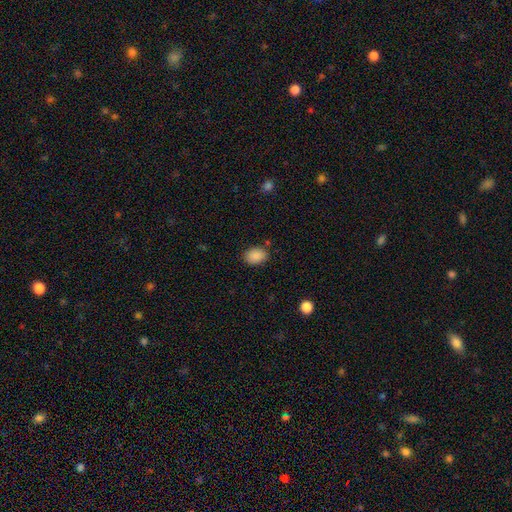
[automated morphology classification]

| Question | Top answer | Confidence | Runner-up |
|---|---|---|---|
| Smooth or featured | smooth | 88% | star or artifact (8%) |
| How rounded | in between | 73% | round (26%) |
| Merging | none | 80% | minor disturbance (14%) |